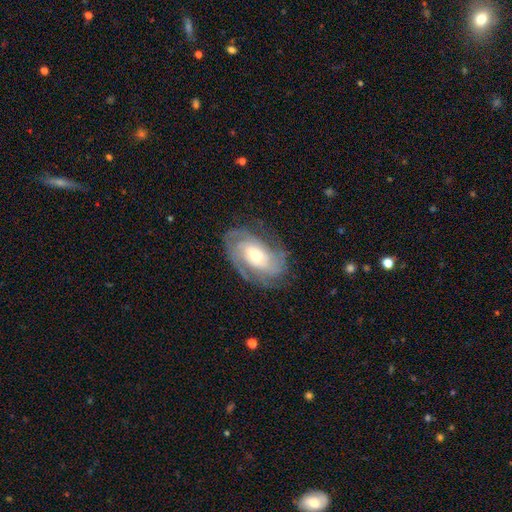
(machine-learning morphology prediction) The model was most divided on "spiral arm count" (2-way tie): 2: 29%, can't tell: 29%, 3: 24%, 4: 8%, 1: 5%, more than 4: 5%. More confident: edge-on disk — no (96%); spiral arms — yes (95%); smooth or featured — featured or disk (84%); merging — none (75%); bulge size — moderate (67%); spiral winding — tight (63%); bar — no (56%).